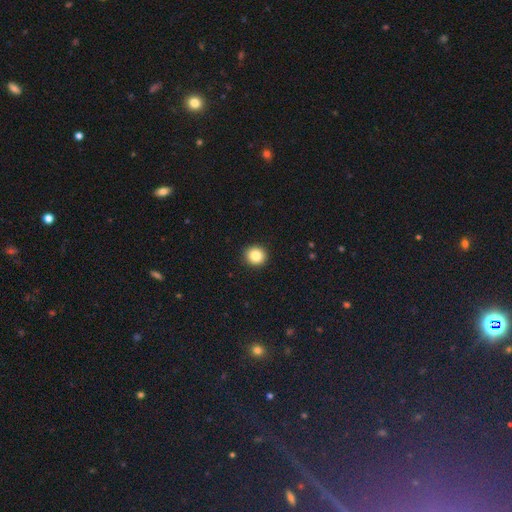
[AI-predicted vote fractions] This is clearly a smooth galaxy (85%). How rounded: clearly round (92%). Merging: clearly none (93%).